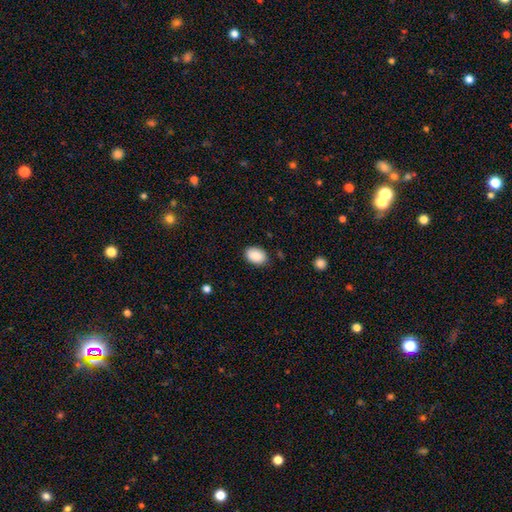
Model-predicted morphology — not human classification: smooth 89%, star or artifact 7%, featured or disk 4%. Down the decision tree: how rounded — in between (84%); merging — none (86%).